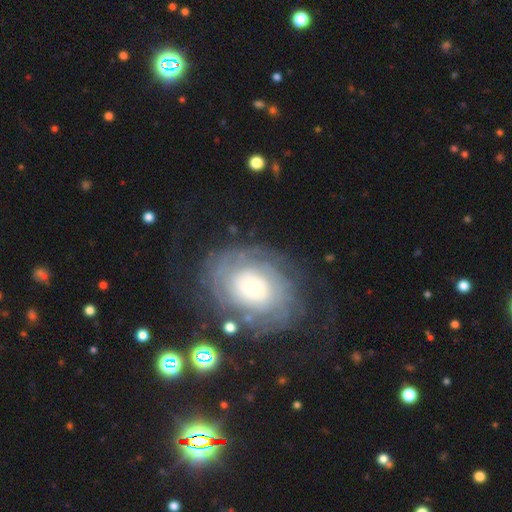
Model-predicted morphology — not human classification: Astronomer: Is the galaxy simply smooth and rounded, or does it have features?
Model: featured or disk — 69%.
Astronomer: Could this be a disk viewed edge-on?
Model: no — 97%.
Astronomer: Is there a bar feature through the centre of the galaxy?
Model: no — 74%.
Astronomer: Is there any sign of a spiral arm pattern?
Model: yes — 88%.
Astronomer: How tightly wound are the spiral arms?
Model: tight — 73%.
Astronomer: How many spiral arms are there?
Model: can't tell — 44% (runner-up: 2, 23%).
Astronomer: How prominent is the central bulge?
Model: moderate — 40% (runner-up: large, 33%).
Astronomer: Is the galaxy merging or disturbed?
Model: none — 78%.